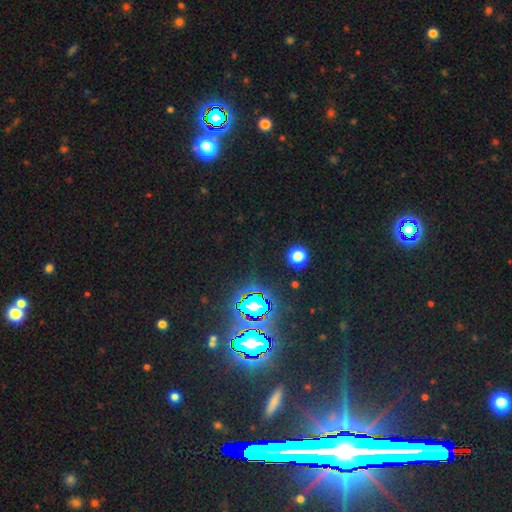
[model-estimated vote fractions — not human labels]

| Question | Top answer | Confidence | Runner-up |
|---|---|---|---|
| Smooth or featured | star or artifact | 81% | featured or disk (10%) |